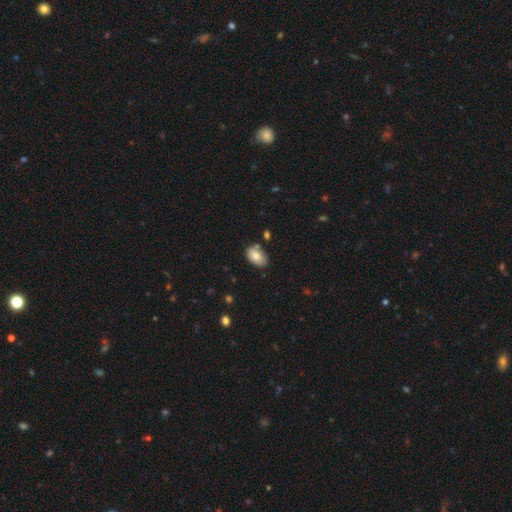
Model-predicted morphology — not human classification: The model was most divided on "merging": none: 69%, minor disturbance: 19%, merger: 8%, major disturbance: 4%. More confident: how rounded — in between (92%); smooth or featured — smooth (81%).